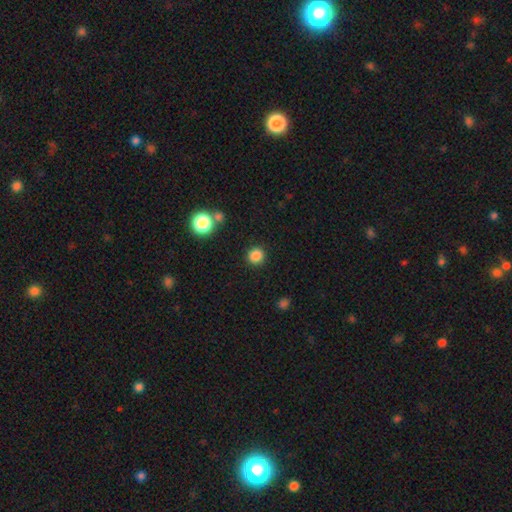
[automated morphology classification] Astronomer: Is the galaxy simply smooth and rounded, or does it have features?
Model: smooth — 85%.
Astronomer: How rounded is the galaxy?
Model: round — 94%.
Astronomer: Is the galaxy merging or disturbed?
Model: none — 90%.